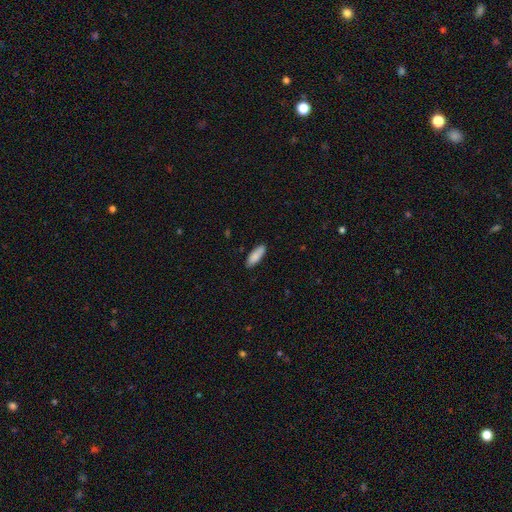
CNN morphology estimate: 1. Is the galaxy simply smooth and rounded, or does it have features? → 86% smooth, 8% featured or disk, 6% star or artifact.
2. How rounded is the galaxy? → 68% in between, 30% cigar-shaped, 2% round.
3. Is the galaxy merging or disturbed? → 85% none, 12% minor disturbance, 2% major disturbance, 1% merger.